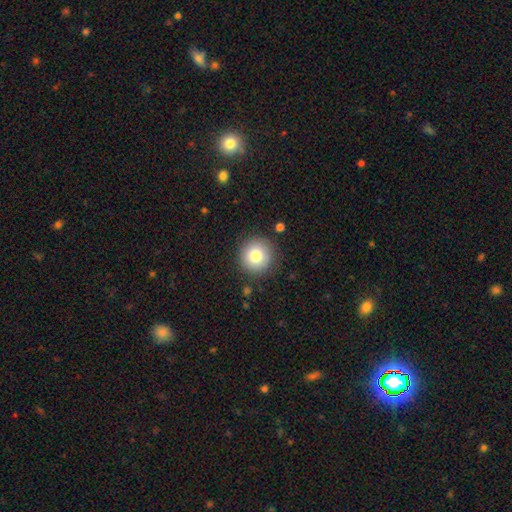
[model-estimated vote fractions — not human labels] A smooth galaxy with no disk features (81%) that is round (94%).

Vote fractions:
- Smooth or featured? smooth: 81% / star or artifact: 10% / featured or disk: 10%
- How rounded? round: 94% / in between: 5% / cigar-shaped: 1%
- Merging? none: 88% / minor disturbance: 8% / major disturbance: 3% / merger: 2%